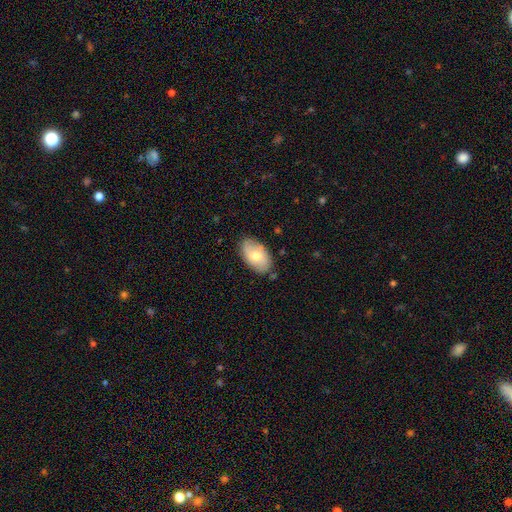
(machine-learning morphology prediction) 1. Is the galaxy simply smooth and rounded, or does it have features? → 62% smooth, 31% featured or disk, 6% star or artifact.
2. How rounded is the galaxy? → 93% in between, 6% round, 1% cigar-shaped.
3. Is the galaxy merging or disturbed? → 79% none, 16% minor disturbance, 3% major disturbance, 2% merger.